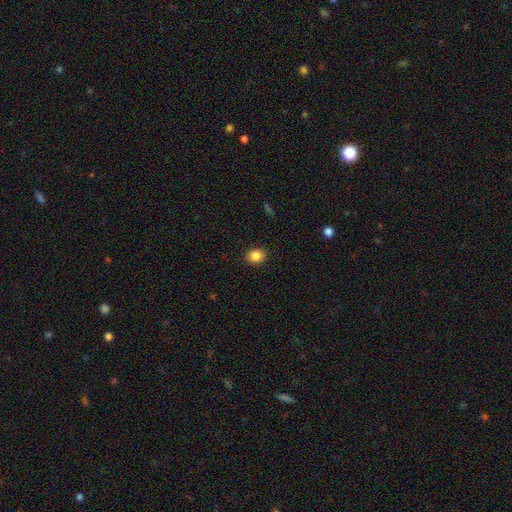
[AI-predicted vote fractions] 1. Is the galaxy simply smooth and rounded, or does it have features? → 86% smooth, 10% star or artifact, 4% featured or disk.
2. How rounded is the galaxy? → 55% round, 44% in between, 1% cigar-shaped.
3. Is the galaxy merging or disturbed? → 90% none, 7% minor disturbance, 2% major disturbance, 1% merger.